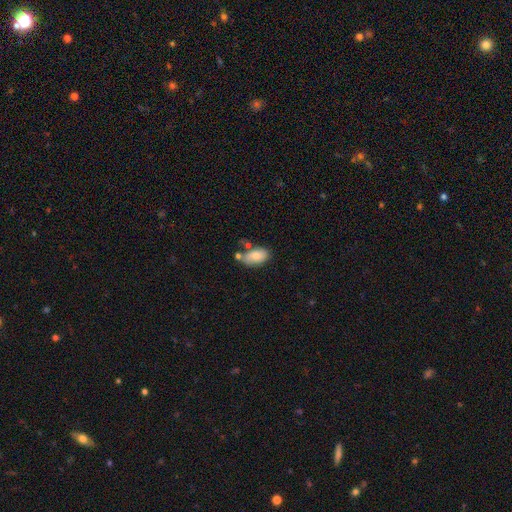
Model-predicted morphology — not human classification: A smooth galaxy with no disk features (79%) that is in between round and cigar-shaped (93%). Merging: none (57%).